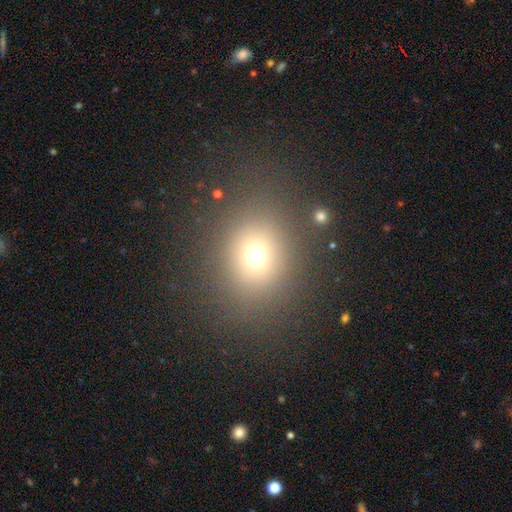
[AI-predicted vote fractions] This appears to be a smooth galaxy with no disk features (68%) that is round (72%). Merging: none (81%).